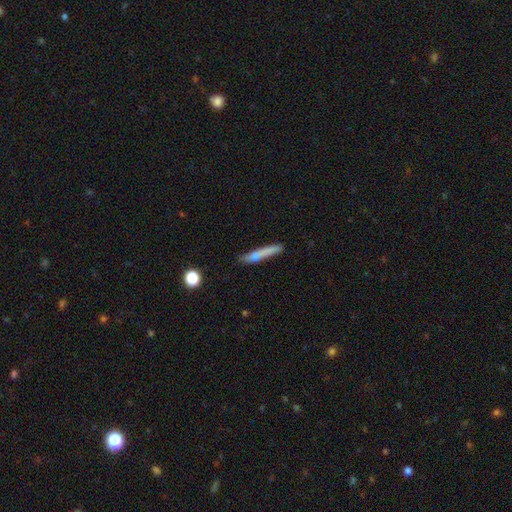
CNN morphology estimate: Overall: smooth (66%; featured or disk 27%). How rounded: cigar-shaped (92%). Merging: none (65%).